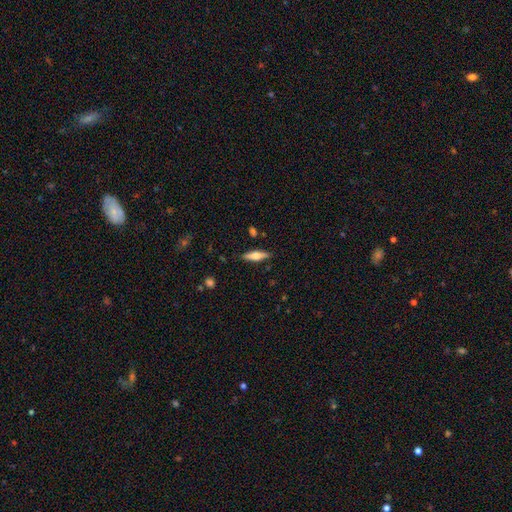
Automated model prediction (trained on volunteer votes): This appears to be a smooth galaxy with no disk features (54%) that is cigar-shaped (57%). Merging: none (86%).